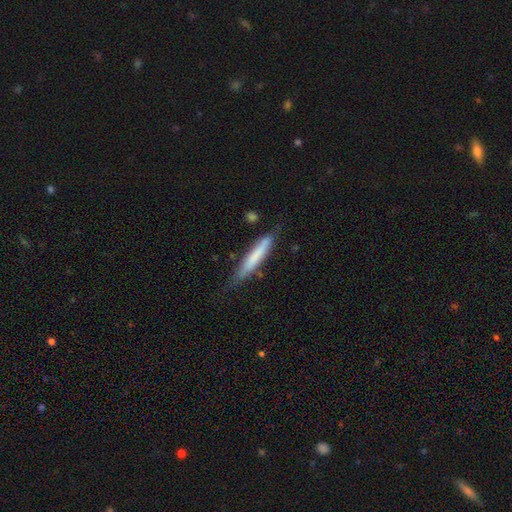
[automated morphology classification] Smooth or featured: smooth — 66% (featured or disk — 29%)
How rounded: cigar-shaped — 94% (in between — 5%)
Merging: none — 69% (minor disturbance — 24%)